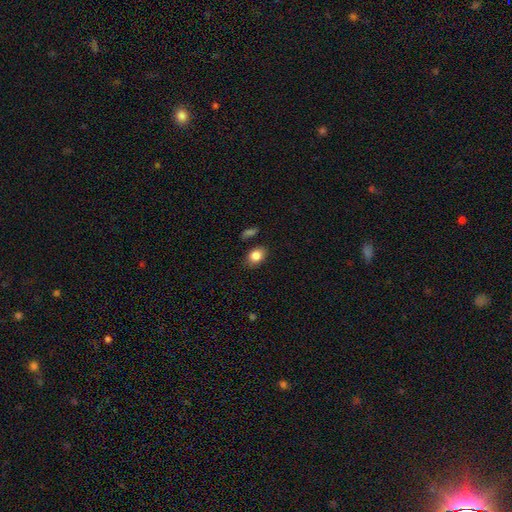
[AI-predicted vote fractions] Smooth or featured?
  - smooth: 85% *
  - star or artifact: 9%
  - featured or disk: 6%
How rounded?
  - in between: 68% *
  - round: 31%
  - cigar-shaped: 1%
Merging?
  - none: 81% *
  - minor disturbance: 13%
  - merger: 3%
  - major disturbance: 3%